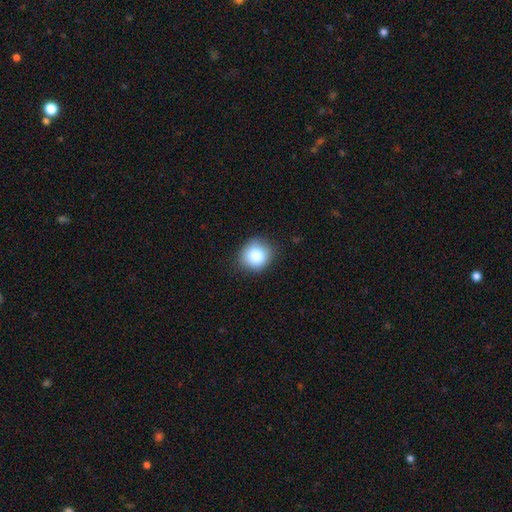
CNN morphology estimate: Smooth or featured?
  - smooth: 83% *
  - star or artifact: 10%
  - featured or disk: 7%
How rounded?
  - round: 83% *
  - in between: 16%
  - cigar-shaped: 1%
Merging?
  - none: 85% *
  - minor disturbance: 12%
  - major disturbance: 3%
  - merger: 1%